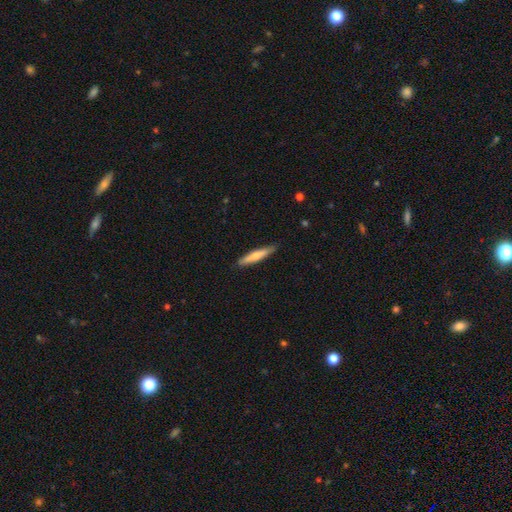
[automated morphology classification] Smooth or featured?
  - smooth: 62% *
  - featured or disk: 33%
  - star or artifact: 5%
How rounded?
  - cigar-shaped: 91% *
  - in between: 8%
  - round: 1%
Merging?
  - none: 87% *
  - minor disturbance: 11%
  - major disturbance: 2%
  - merger: 1%